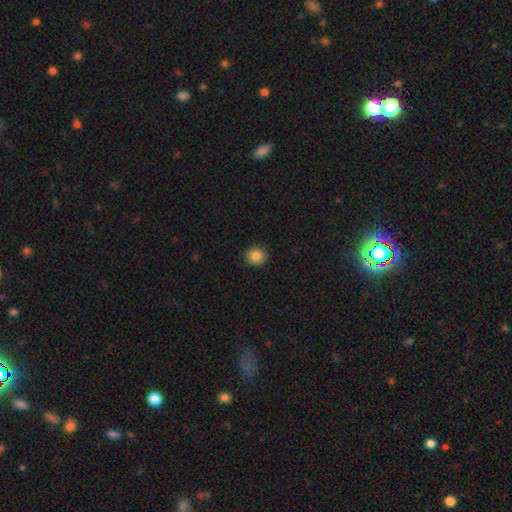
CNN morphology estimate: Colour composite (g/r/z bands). It shows a smooth galaxy with no disk features (83%) that is round (81%). Merging: none (89%).